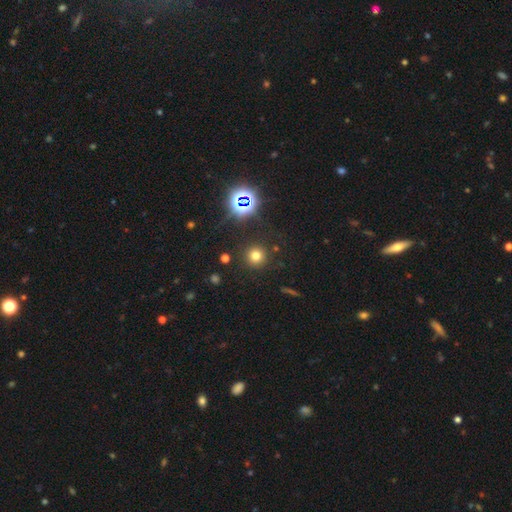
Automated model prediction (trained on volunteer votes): smooth_or_featured: smooth (p=0.70) [alt: star or artifact p=0.23]
how_rounded: round (p=0.94) [alt: in between p=0.05]
merging: none (p=0.89) [alt: minor disturbance p=0.06]